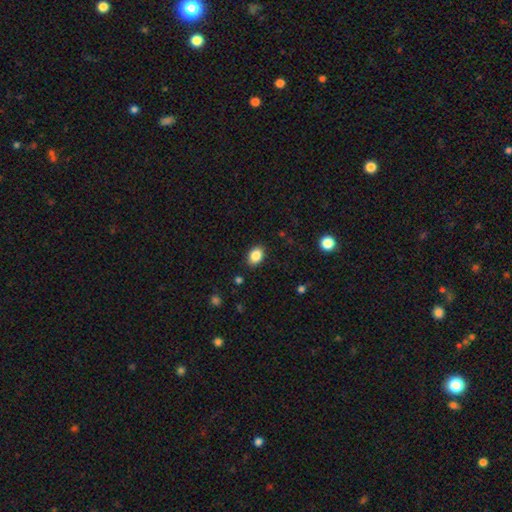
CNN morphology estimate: A smooth galaxy with no disk features (86%) that is in between round and cigar-shaped (77%).

Vote fractions:
- Smooth or featured? smooth: 86% / star or artifact: 9% / featured or disk: 5%
- How rounded? in between: 77% / round: 22% / cigar-shaped: 1%
- Merging? none: 87% / minor disturbance: 9% / major disturbance: 2% / merger: 1%